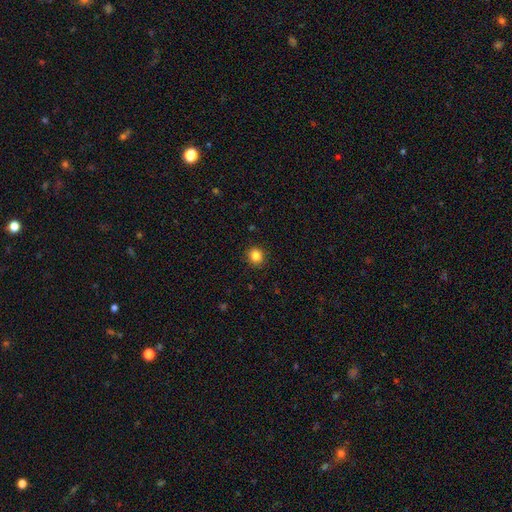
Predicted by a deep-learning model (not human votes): Overall: smooth (85%). How rounded: round (88%). Merging: none (91%).